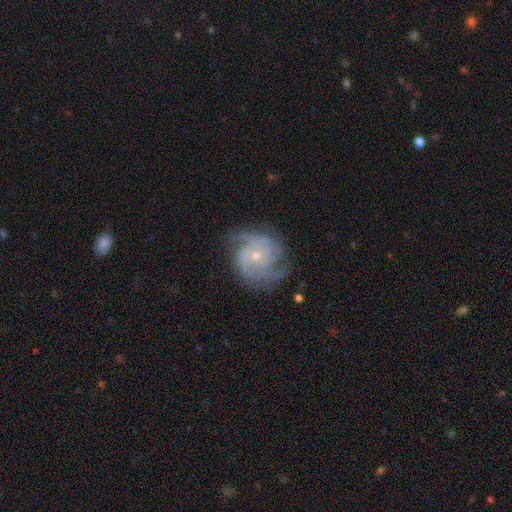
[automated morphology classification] A featured or disk galaxy (84%) with no bar (76%), 3 (37%) medium (44%) spiral arms (95%) and a small central bulge (70%).

Vote fractions:
- Smooth or featured? featured or disk: 84% / smooth: 9% / star or artifact: 7%
- Edge-on disk? no: 98% / yes: 2%
- Bar? no: 76% / weak: 20% / strong: 4%
- Spiral arms? yes: 95% / no: 5%
- Spiral winding? medium: 44% / tight: 42% / loose: 14%
- Spiral arm count? 3: 37% / 2: 26% / can't tell: 17% / 4: 10% / 1: 5% / more than 4: 5%
- Bulge size? small: 70% / moderate: 26% / none: 1% / large: 1% / dominant: 1%
- Merging? none: 69% / minor disturbance: 20% / major disturbance: 10% / merger: 1%